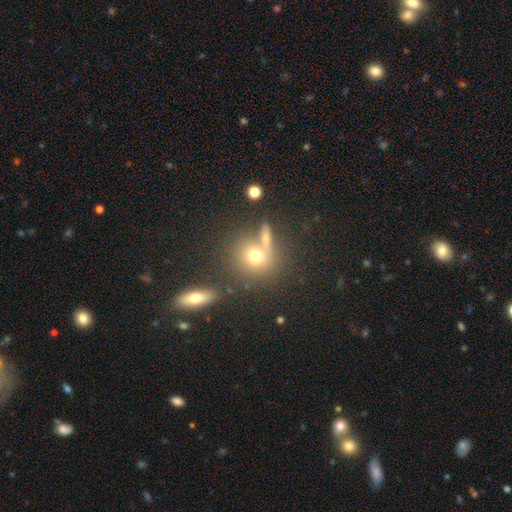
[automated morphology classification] Smooth or featured? Predicted: smooth (p=0.66). How rounded? Predicted: round (p=0.79). Merging? Predicted: none (p=0.59).